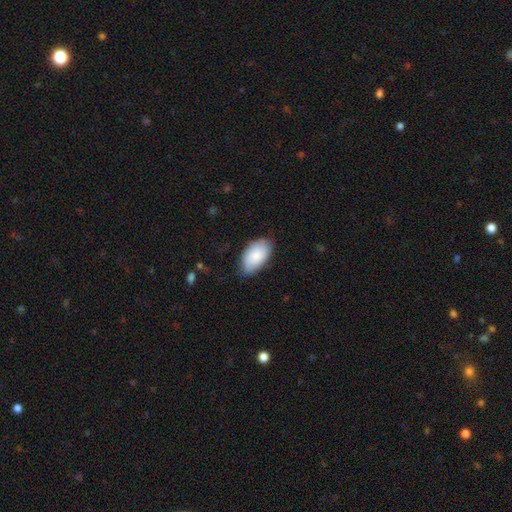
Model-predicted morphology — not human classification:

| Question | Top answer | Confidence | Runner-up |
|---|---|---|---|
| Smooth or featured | smooth | 82% | featured or disk (12%) |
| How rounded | in between | 95% | round (4%) |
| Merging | none | 75% | minor disturbance (21%) |